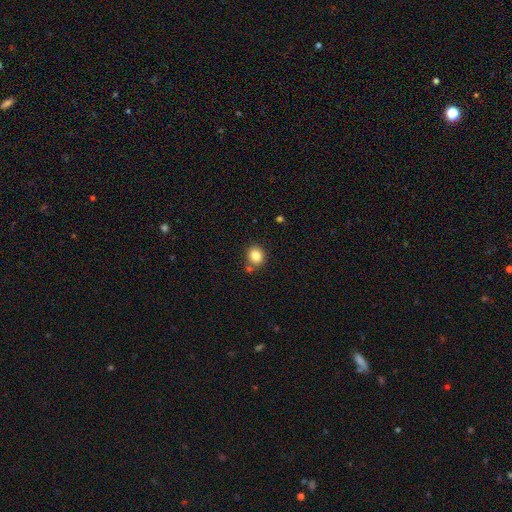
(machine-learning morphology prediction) This is clearly a smooth galaxy (83%). How rounded: likely round (75%). Merging: likely none (76%).